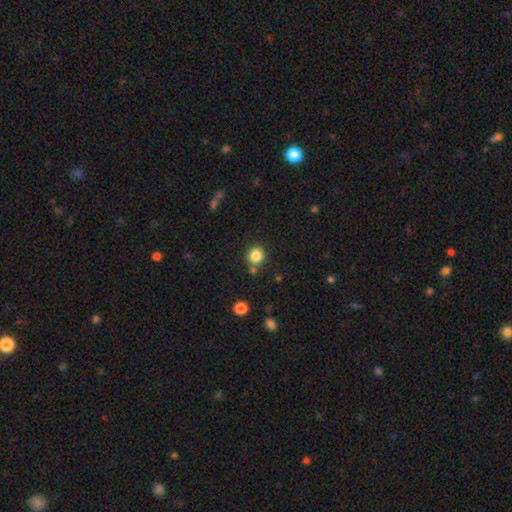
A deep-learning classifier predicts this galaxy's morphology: type=smooth (84%); roundness=round (81%); merging=none (76%).